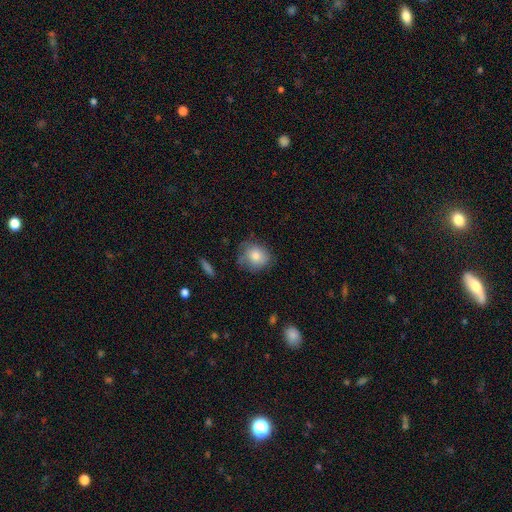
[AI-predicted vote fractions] Smooth or featured? Predicted: smooth (p=0.78). How rounded? Predicted: round (p=0.77). Merging? Predicted: none (p=0.68).